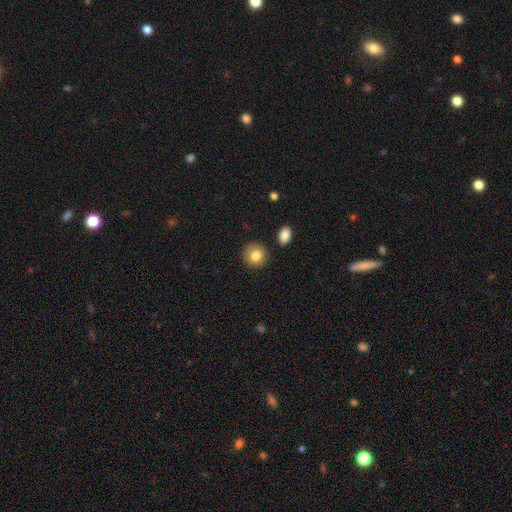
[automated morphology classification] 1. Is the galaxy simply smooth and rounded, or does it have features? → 84% smooth, 8% star or artifact, 8% featured or disk.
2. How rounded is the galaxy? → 88% round, 11% in between, 1% cigar-shaped.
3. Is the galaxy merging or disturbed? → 87% none, 8% minor disturbance, 3% merger, 2% major disturbance.